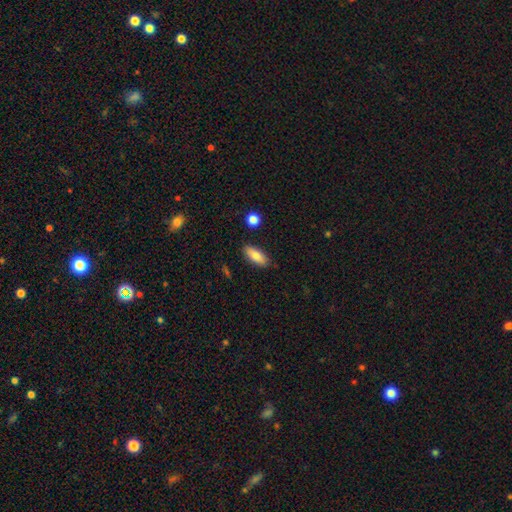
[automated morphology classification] smooth_or_featured: smooth (p=0.81) [alt: featured or disk p=0.12]
how_rounded: in between (p=0.77) [alt: cigar-shaped p=0.20]
merging: none (p=0.85) [alt: minor disturbance p=0.10]